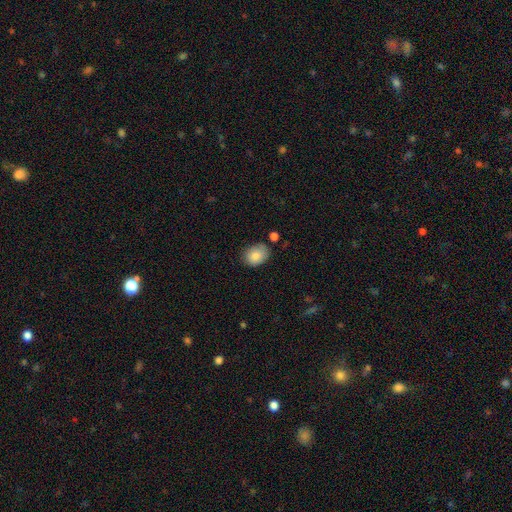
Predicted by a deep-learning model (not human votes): Smooth or featured?
  - smooth: 85% *
  - featured or disk: 8%
  - star or artifact: 8%
How rounded?
  - in between: 64% *
  - round: 35%
  - cigar-shaped: 1%
Merging?
  - none: 74% *
  - minor disturbance: 18%
  - merger: 4%
  - major disturbance: 4%